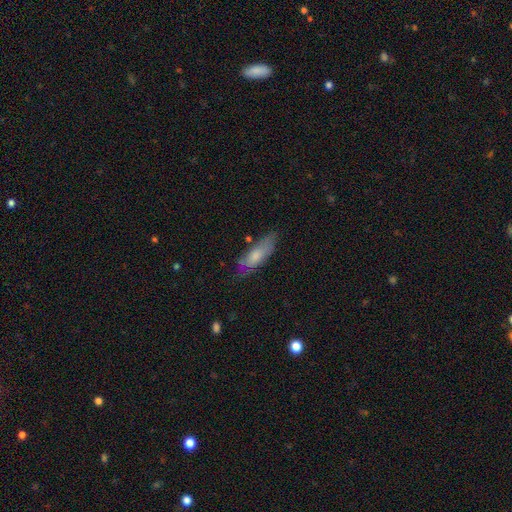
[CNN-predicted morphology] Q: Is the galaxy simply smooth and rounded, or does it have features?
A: smooth — 65%.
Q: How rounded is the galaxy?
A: in between — 54%.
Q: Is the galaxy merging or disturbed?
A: none — 69%.